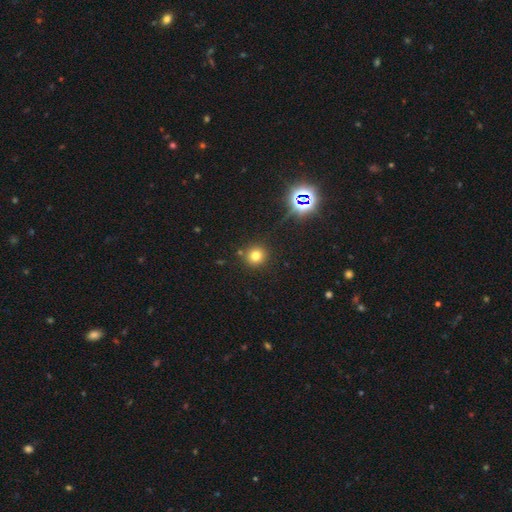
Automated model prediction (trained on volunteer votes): A smooth galaxy with no disk features (75%) that is round (92%).

Vote fractions:
- Smooth or featured? smooth: 75% / star or artifact: 17% / featured or disk: 7%
- How rounded? round: 92% / in between: 7% / cigar-shaped: 1%
- Merging? none: 86% / minor disturbance: 7% / merger: 4% / major disturbance: 2%